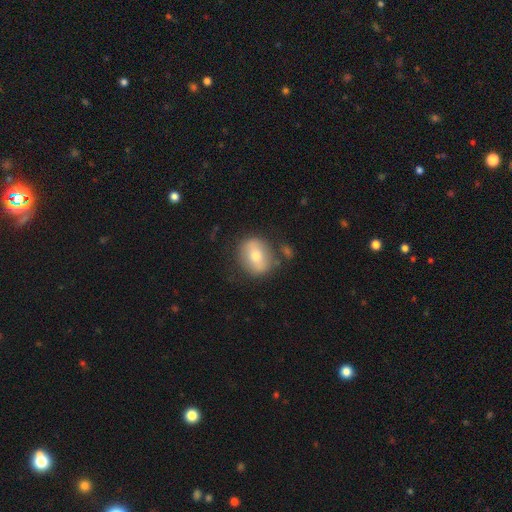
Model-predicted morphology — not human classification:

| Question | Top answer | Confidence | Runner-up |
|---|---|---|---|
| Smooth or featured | smooth | 57% | featured or disk (35%) |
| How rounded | round | 57% | in between (41%) |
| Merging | none | 77% | minor disturbance (14%) |